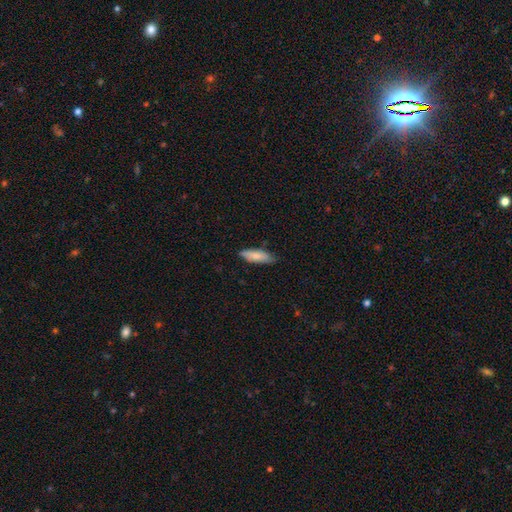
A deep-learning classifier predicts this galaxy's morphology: The model was most divided on "how rounded": in between: 51%, cigar-shaped: 47%, round: 2%. More confident: smooth or featured — smooth (79%); merging — none (77%).